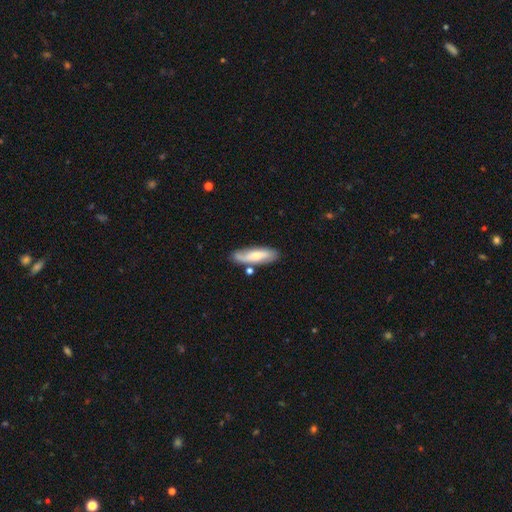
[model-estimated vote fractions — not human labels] This appears to be a smooth galaxy with no disk features (51%) that is cigar-shaped (51%). Merging: none (71%).